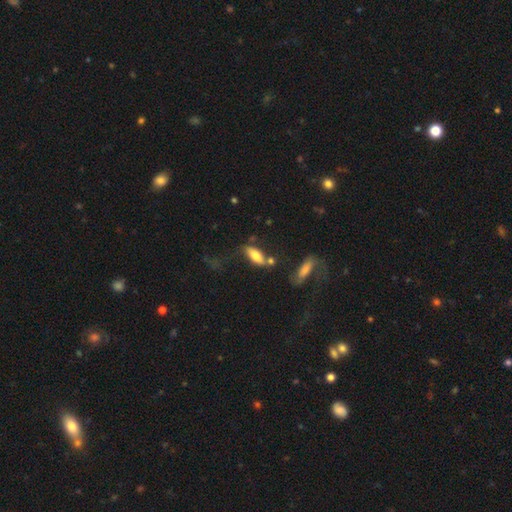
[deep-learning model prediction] This is likely a smooth galaxy (68%). How rounded: likely in between (73%). Merging: possibly none (51%).